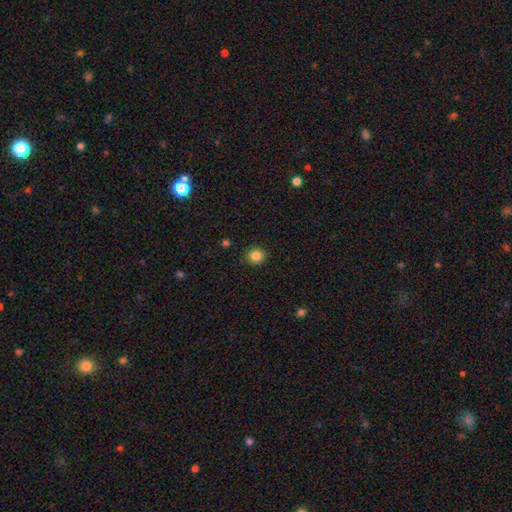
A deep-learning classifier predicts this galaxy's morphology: Q: Smooth or featured?
A: smooth (85%); runner-up: star or artifact (11%)
Q: How rounded?
A: round (87%); runner-up: in between (12%)
Q: Merging?
A: none (90%); runner-up: minor disturbance (7%)